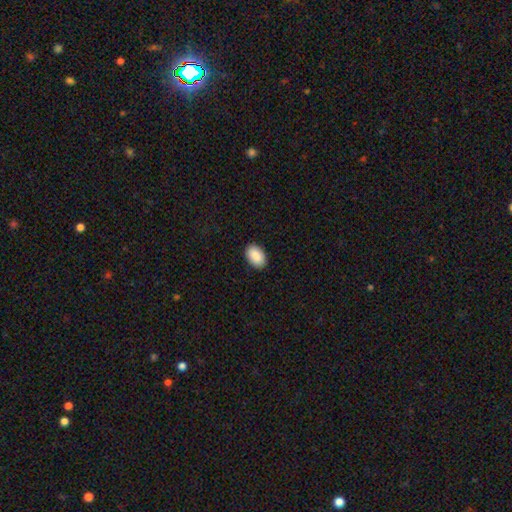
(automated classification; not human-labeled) Smooth or featured?
  - smooth: 91% *
  - star or artifact: 6%
  - featured or disk: 3%
How rounded?
  - in between: 90% *
  - round: 9%
  - cigar-shaped: 1%
Merging?
  - none: 90% *
  - minor disturbance: 8%
  - major disturbance: 2%
  - merger: 1%